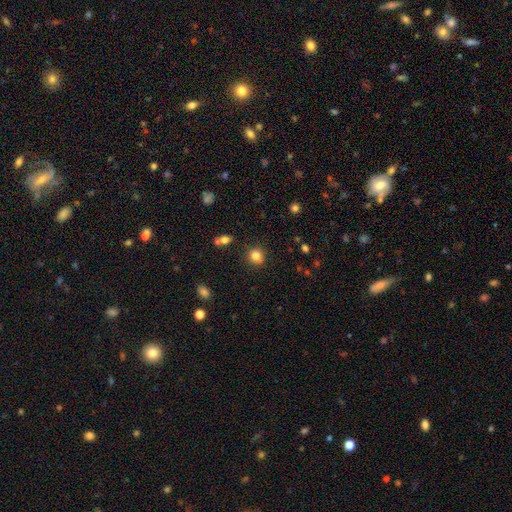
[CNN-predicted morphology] smooth-or-featured: smooth: 83% | star or artifact: 11% | featured or disk: 6%
  how-rounded: round: 86% | in between: 13% | cigar-shaped: 1%
  merging: none: 87% | minor disturbance: 8% | merger: 3% | major disturbance: 2%